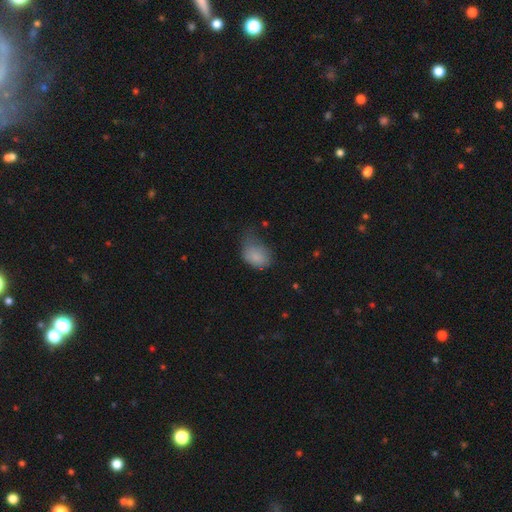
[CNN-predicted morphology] The model was most divided on "merging": minor disturbance: 39%, major disturbance: 30%, none: 29%, merger: 3%. More confident: smooth or featured — smooth (80%); how rounded — in between (76%).